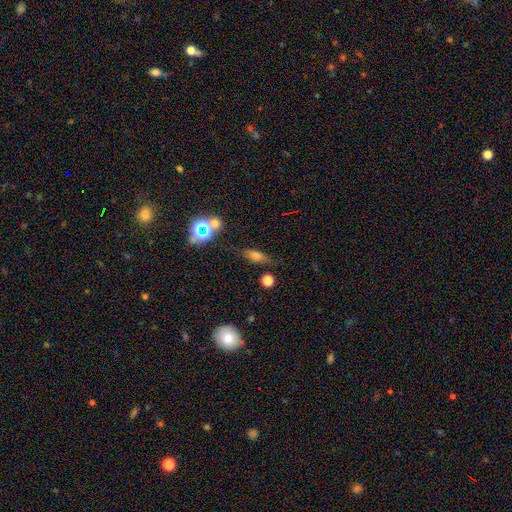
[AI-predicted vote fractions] Overall: smooth (61%). How rounded: in between (61%; cigar-shaped 28%). Merging: none (72%).